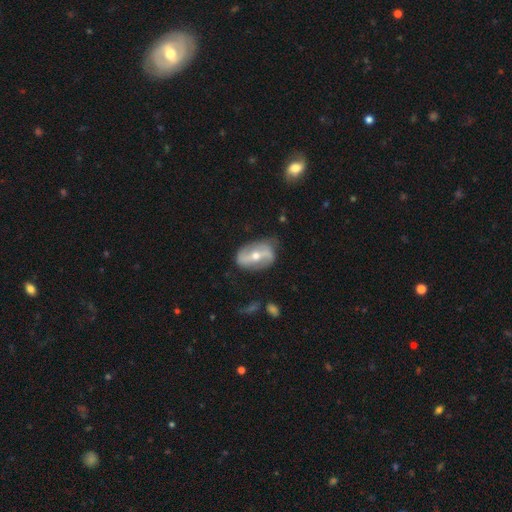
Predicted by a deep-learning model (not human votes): A featured or disk galaxy (78%) with a strong bar (55%), 2 (89%) loose (59%) spiral arms (79%) and a moderate central bulge (60%).

Vote fractions:
- Smooth or featured? featured or disk: 78% / smooth: 17% / star or artifact: 6%
- Edge-on disk? no: 93% / yes: 7%
- Bar? strong: 55% / weak: 26% / no: 19%
- Spiral arms? yes: 79% / no: 21%
- Spiral winding? loose: 59% / medium: 27% / tight: 14%
- Spiral arm count? 2: 89% / can't tell: 6% / 1: 2% / 3: 1% / 4: 1% / more than 4: 1%
- Bulge size? moderate: 60% / small: 37% / large: 2% / none: 1% / dominant: 1%
- Merging? none: 74% / minor disturbance: 18% / major disturbance: 6% / merger: 2%